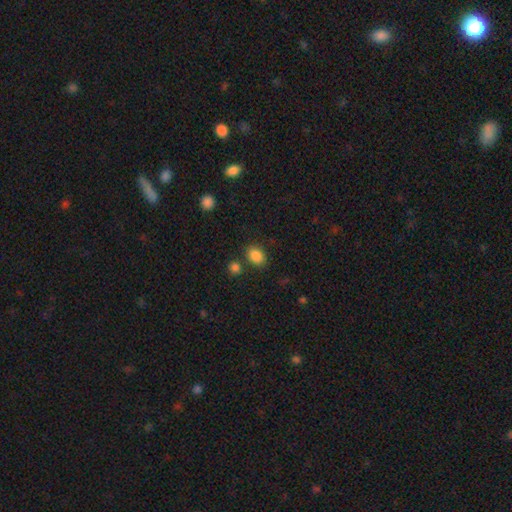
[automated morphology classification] smooth-or-featured: smooth: 86% | star or artifact: 10% | featured or disk: 4%
  how-rounded: in between: 68% | round: 31% | cigar-shaped: 1%
  merging: none: 76% | minor disturbance: 12% | merger: 9% | major disturbance: 4%